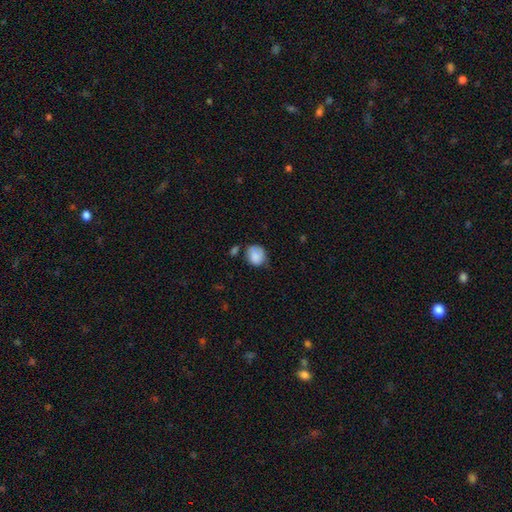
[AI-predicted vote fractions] Morphology: type=smooth (84%); roundness=round (70%); merging=none (51%).